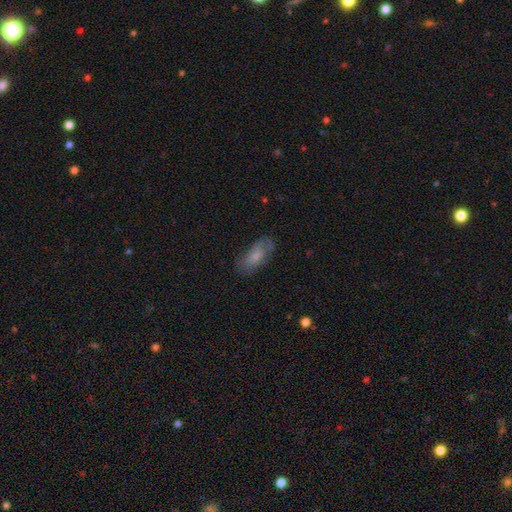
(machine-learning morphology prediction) The model was most divided on "smooth or featured": smooth: 64%, featured or disk: 28%, star or artifact: 8%. More confident: how rounded — in between (83%); merging — none (66%).